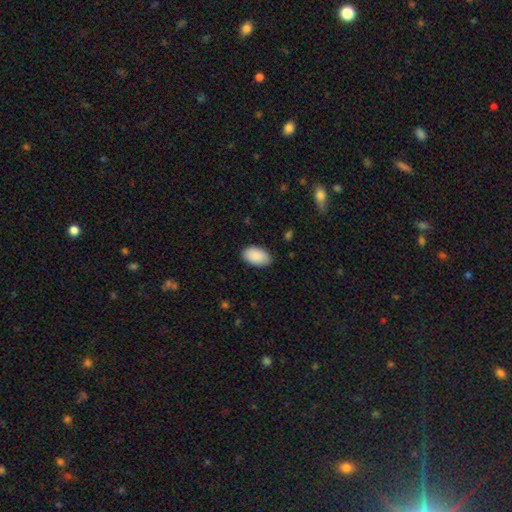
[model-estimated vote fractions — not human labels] smooth 91%, star or artifact 6%, featured or disk 3%. Down the decision tree: how rounded — in between (95%); merging — none (85%).